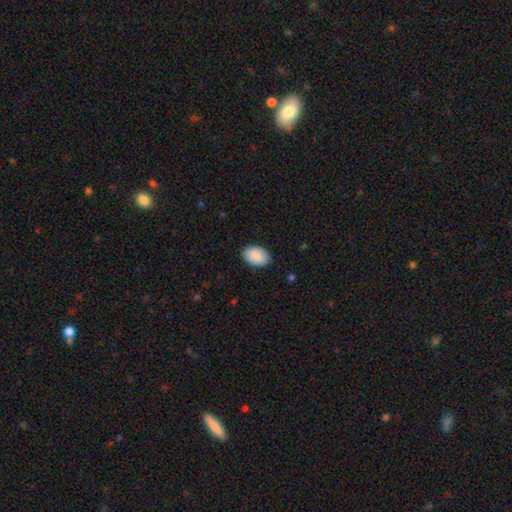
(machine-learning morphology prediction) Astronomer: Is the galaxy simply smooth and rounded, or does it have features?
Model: smooth — 90%.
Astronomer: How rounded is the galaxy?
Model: in between — 90%.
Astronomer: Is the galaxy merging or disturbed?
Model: none — 85%.